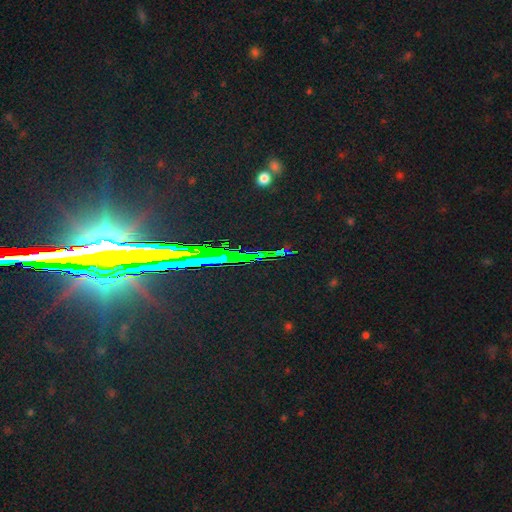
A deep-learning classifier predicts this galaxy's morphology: The model was most divided on "smooth or featured": star or artifact: 81%, featured or disk: 9%, smooth: 9%.